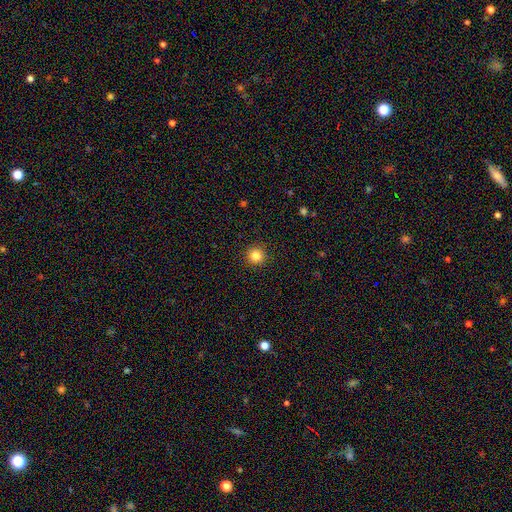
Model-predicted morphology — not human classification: This appears to be a smooth galaxy with no disk features (83%) that is round (96%). Merging: none (93%).